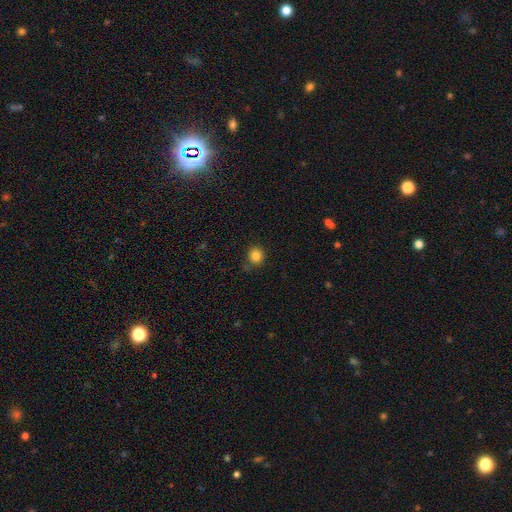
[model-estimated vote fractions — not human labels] This appears to be a smooth galaxy with no disk features (85%) that is round (87%). Merging: none (82%).